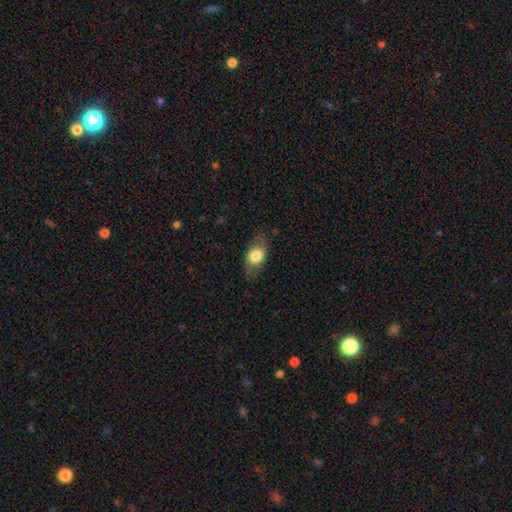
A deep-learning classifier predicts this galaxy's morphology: This appears to be a smooth galaxy with no disk features (69%) that is in between round and cigar-shaped (74%). Merging: none (74%).